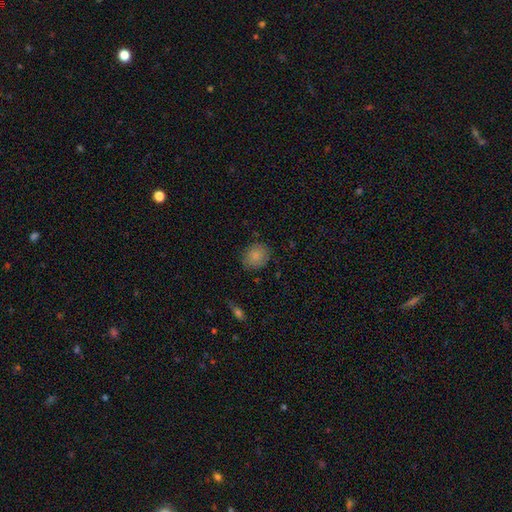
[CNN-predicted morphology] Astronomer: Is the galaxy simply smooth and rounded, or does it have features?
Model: smooth — 85%.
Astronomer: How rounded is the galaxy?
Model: round — 66%.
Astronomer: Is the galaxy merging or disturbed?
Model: none — 82%.